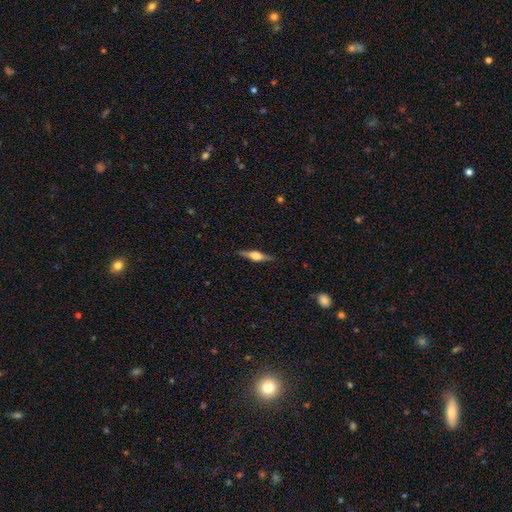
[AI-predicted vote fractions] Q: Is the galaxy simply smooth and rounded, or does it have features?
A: featured or disk — 65%.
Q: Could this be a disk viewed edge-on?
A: yes — 97%.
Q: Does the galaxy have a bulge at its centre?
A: rounded — 87%.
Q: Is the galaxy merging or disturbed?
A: none — 87%.